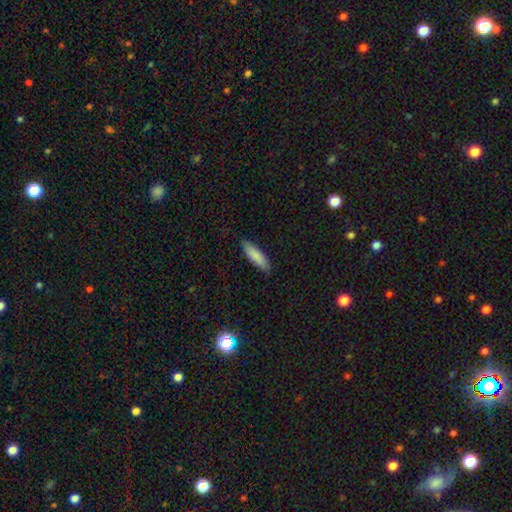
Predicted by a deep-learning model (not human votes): smooth 85%, featured or disk 10%, star or artifact 5%. Down the decision tree: how rounded — cigar-shaped (57%); merging — none (85%).